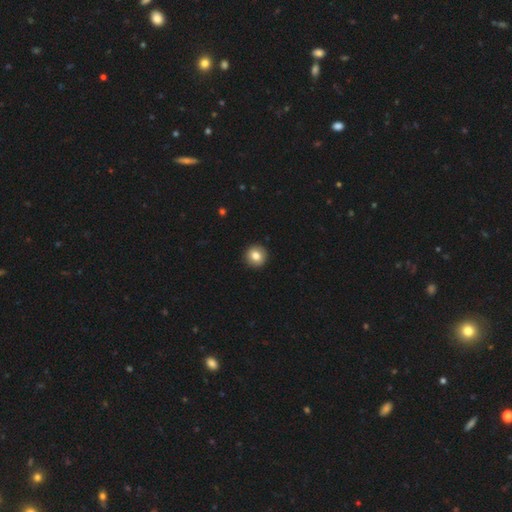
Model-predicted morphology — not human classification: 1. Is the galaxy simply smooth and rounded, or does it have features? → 81% smooth, 11% featured or disk, 8% star or artifact.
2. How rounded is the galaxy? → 94% round, 5% in between, 1% cigar-shaped.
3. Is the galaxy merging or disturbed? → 93% none, 5% minor disturbance, 1% major disturbance, 1% merger.